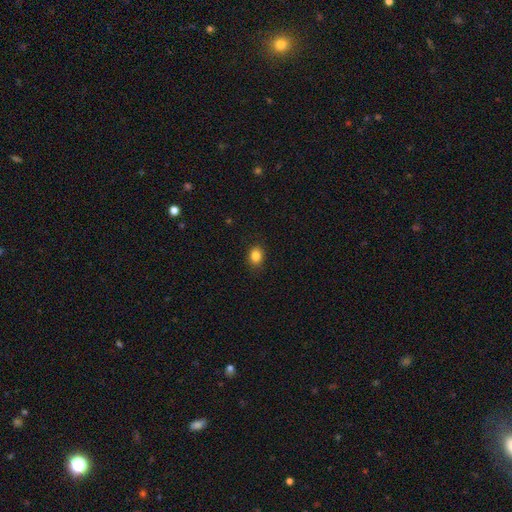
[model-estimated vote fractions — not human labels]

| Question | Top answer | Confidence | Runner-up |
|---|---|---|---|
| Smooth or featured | smooth | 85% | star or artifact (11%) |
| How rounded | round | 55% | in between (44%) |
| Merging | none | 88% | minor disturbance (9%) |